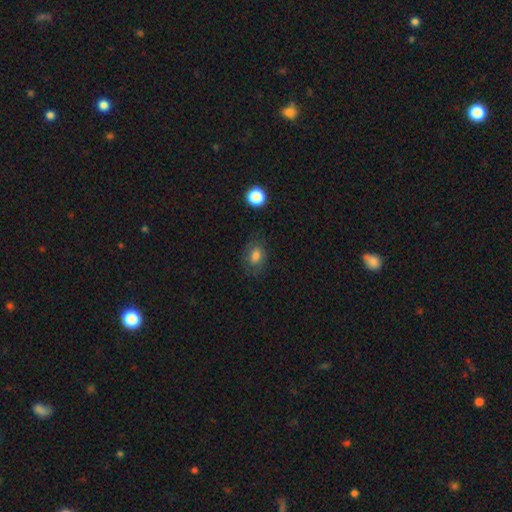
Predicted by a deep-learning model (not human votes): smooth-or-featured: smooth: 74% | featured or disk: 14% | star or artifact: 12%
  how-rounded: in between: 66% | round: 32% | cigar-shaped: 1%
  merging: none: 71% | minor disturbance: 19% | major disturbance: 8% | merger: 2%